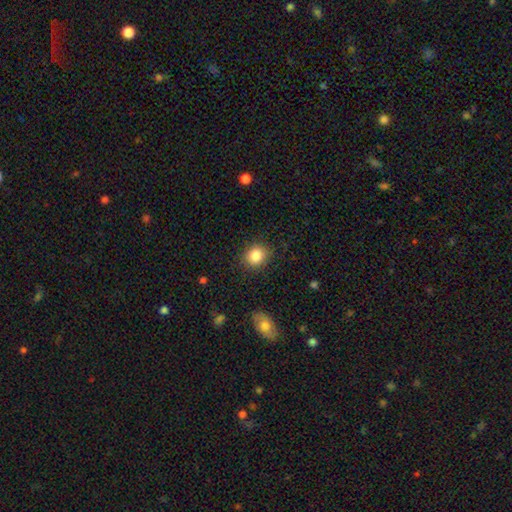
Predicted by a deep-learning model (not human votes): A smooth galaxy with no disk features (86%) that is round (72%).

Vote fractions:
- Smooth or featured? smooth: 86% / star or artifact: 9% / featured or disk: 5%
- How rounded? round: 72% / in between: 27% / cigar-shaped: 1%
- Merging? none: 86% / minor disturbance: 10% / major disturbance: 3% / merger: 1%